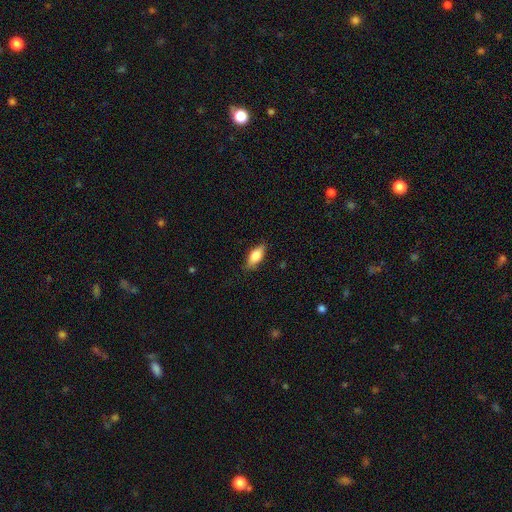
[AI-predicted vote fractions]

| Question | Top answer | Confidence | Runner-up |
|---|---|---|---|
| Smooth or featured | smooth | 76% | featured or disk (17%) |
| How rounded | in between | 81% | cigar-shaped (15%) |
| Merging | none | 84% | minor disturbance (12%) |